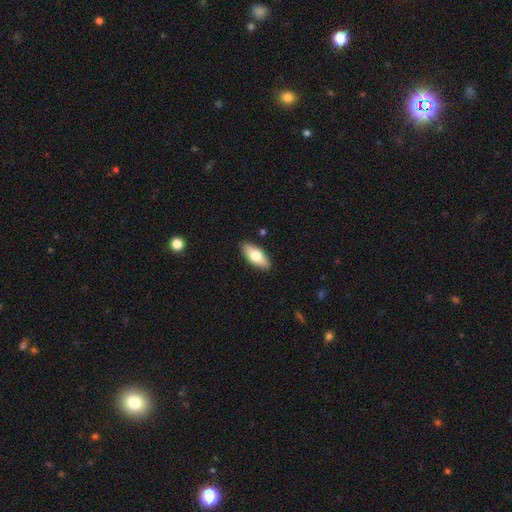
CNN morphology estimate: type=smooth (69%); roundness=in between (82%); merging=none (89%).